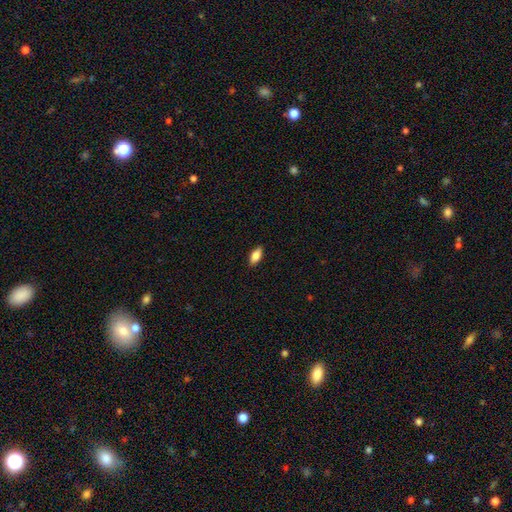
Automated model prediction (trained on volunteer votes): smooth-or-featured: smooth: 79% | featured or disk: 14% | star or artifact: 7%
  how-rounded: in between: 84% | cigar-shaped: 13% | round: 3%
  merging: none: 89% | minor disturbance: 8% | major disturbance: 2% | merger: 1%